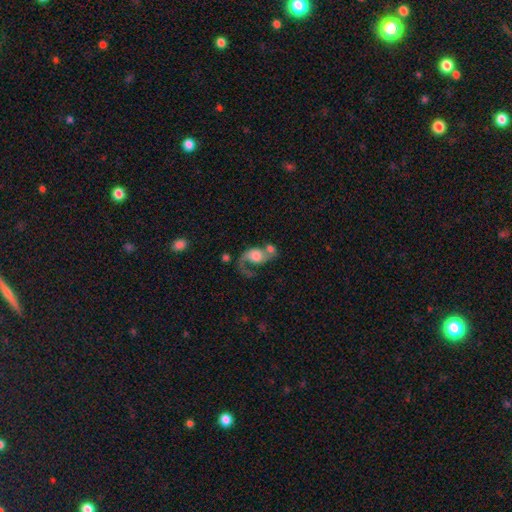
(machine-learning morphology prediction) smooth_or_featured: featured or disk (p=0.65) [alt: smooth p=0.27]
disk_edge_on: no (p=0.97) [alt: yes p=0.03]
bar: no (p=0.73) [alt: weak p=0.22]
has_spiral_arms: yes (p=0.87) [alt: no p=0.13]
spiral_winding: loose (p=0.68) [alt: medium p=0.25]
spiral_arm_count: 2 (p=0.48) [alt: 1 p=0.46]
bulge_size: large (p=0.38) [alt: moderate p=0.24]
merging: merger (p=0.36) [alt: none p=0.26]